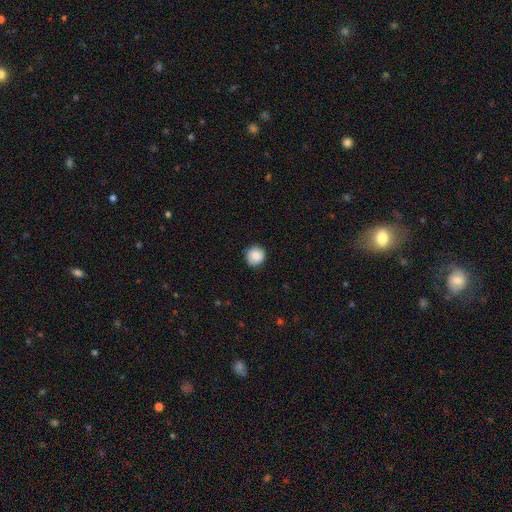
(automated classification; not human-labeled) Morphology: type=smooth (85%); roundness=round (92%); merging=none (86%).